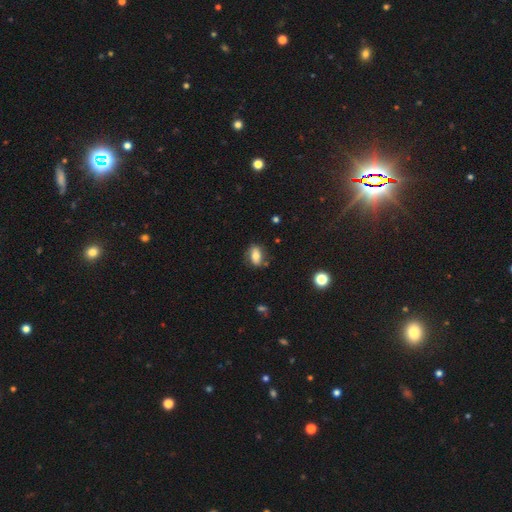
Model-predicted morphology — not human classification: This is likely a smooth galaxy (69%). How rounded: clearly in between (83%). Merging: likely none (74%).